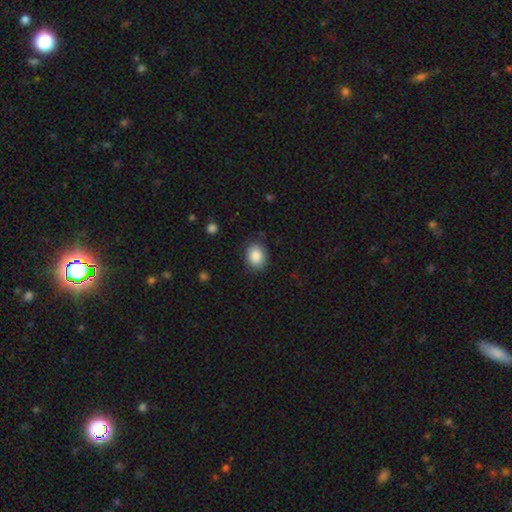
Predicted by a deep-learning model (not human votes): smooth_or_featured: smooth (p=0.88) [alt: star or artifact p=0.08]
how_rounded: in between (p=0.61) [alt: round p=0.39]
merging: none (p=0.85) [alt: minor disturbance p=0.11]